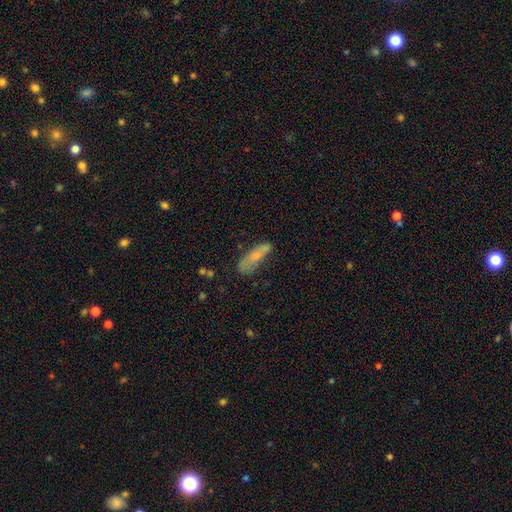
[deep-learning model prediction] Morphology: type=smooth (66%); roundness=cigar-shaped (57%); merging=none (56%).